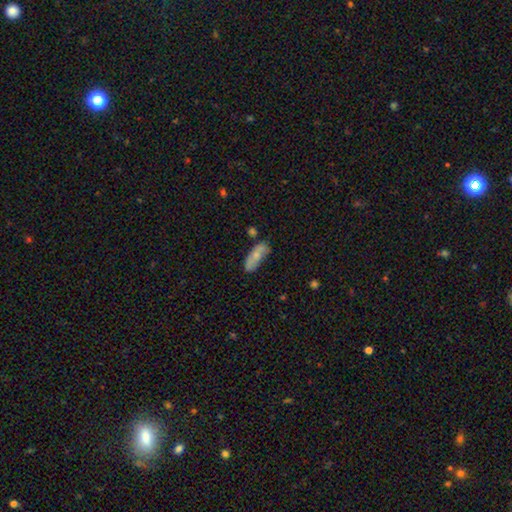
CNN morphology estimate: Q: Smooth or featured?
A: smooth (72%); runner-up: featured or disk (21%)
Q: How rounded?
A: in between (72%); runner-up: cigar-shaped (26%)
Q: Merging?
A: none (59%); runner-up: minor disturbance (27%)